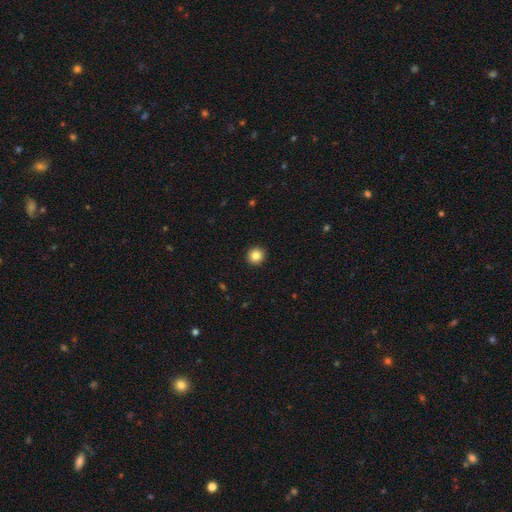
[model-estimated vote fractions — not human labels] This is clearly a smooth galaxy (85%). How rounded: clearly round (94%). Merging: clearly none (93%).